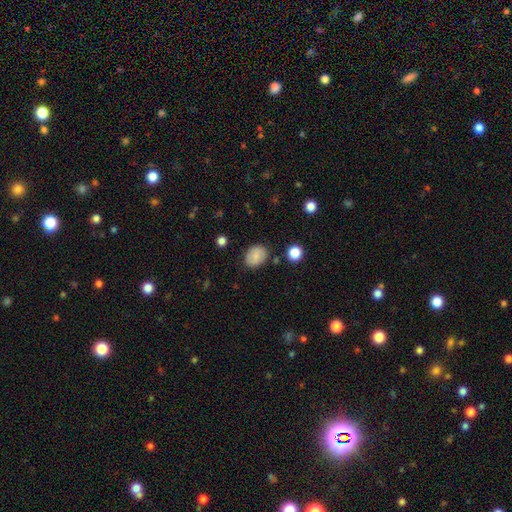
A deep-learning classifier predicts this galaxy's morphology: Smooth or featured? smooth (80%)
How rounded? in between (59%)
Merging? none (81%)